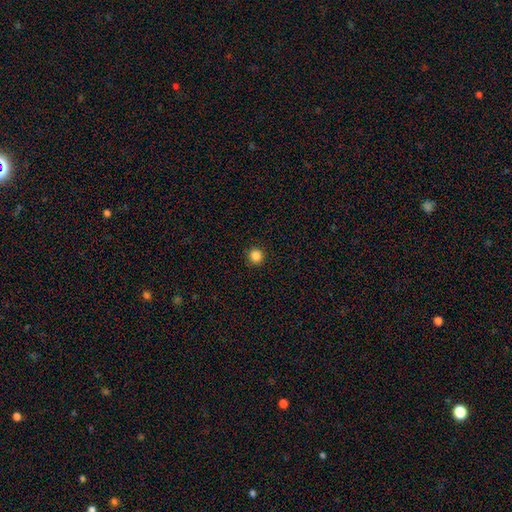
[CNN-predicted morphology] A smooth galaxy with no disk features (86%) that is round (94%). Merging: none (93%).